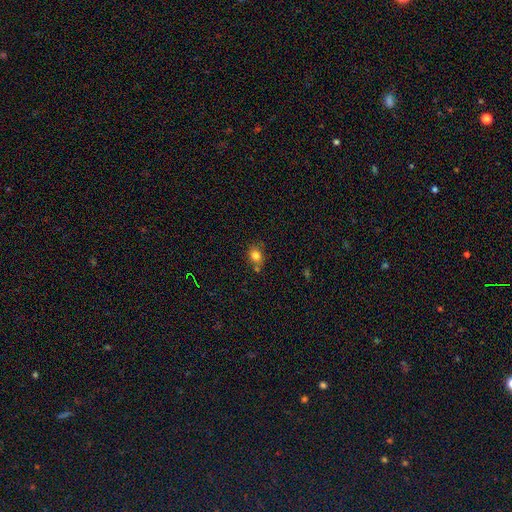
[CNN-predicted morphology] Smooth or featured? smooth (82%)
How rounded? round (50%)
Merging? none (67%)